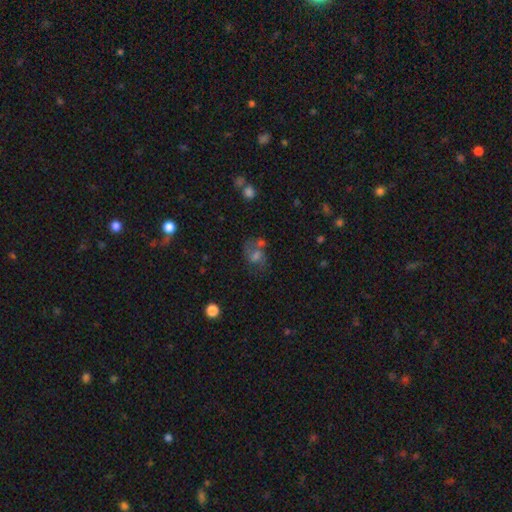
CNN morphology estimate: This appears to be a smooth galaxy with no disk features (50%). Merging: none (42%).